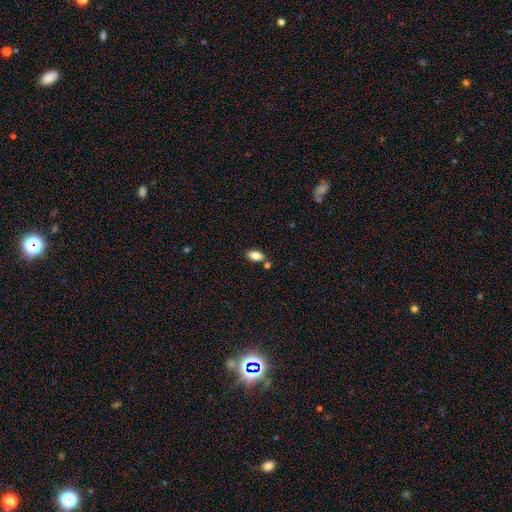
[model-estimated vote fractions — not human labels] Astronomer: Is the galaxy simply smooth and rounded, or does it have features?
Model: smooth — 82%.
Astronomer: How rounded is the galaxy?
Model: in between — 91%.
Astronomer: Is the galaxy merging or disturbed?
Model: none — 74%.